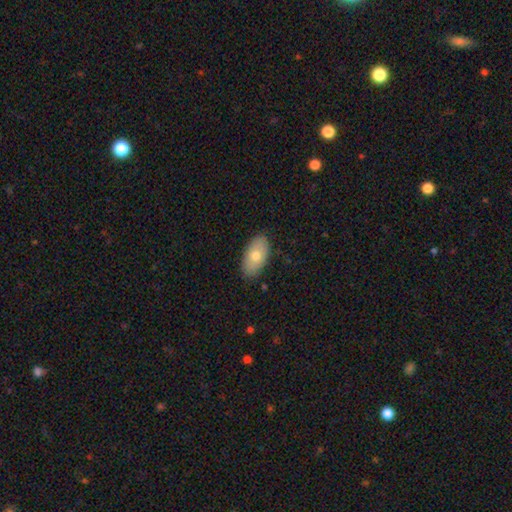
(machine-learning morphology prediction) A smooth galaxy with no disk features (69%) that is in between round and cigar-shaped (93%). Merging: none (86%).